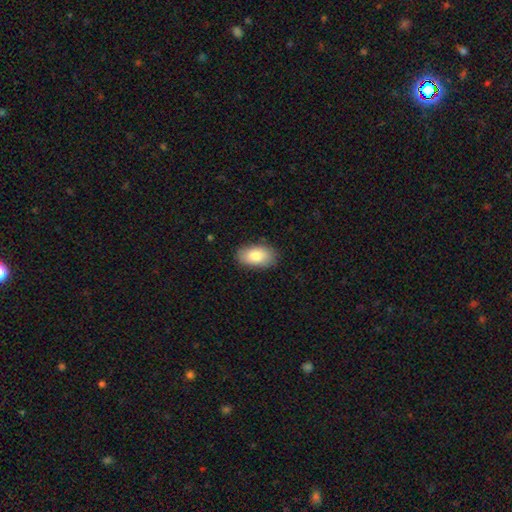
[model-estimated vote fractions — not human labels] A smooth galaxy with no disk features (85%) that is in between round and cigar-shaped (94%). Merging: none (84%).